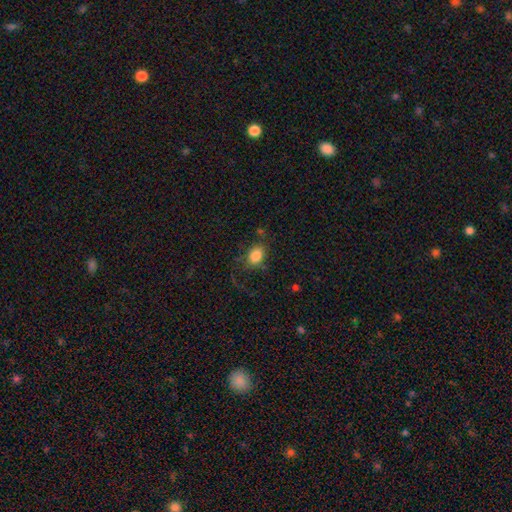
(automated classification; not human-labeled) A smooth galaxy with no disk features (83%) that is in between round and cigar-shaped (71%). Merging: none (65%).